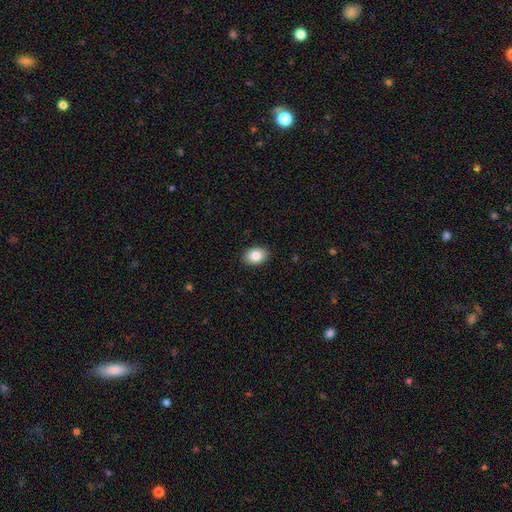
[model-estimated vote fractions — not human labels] This appears to be a smooth galaxy with no disk features (85%) that is in between round and cigar-shaped (75%). Merging: none (90%).